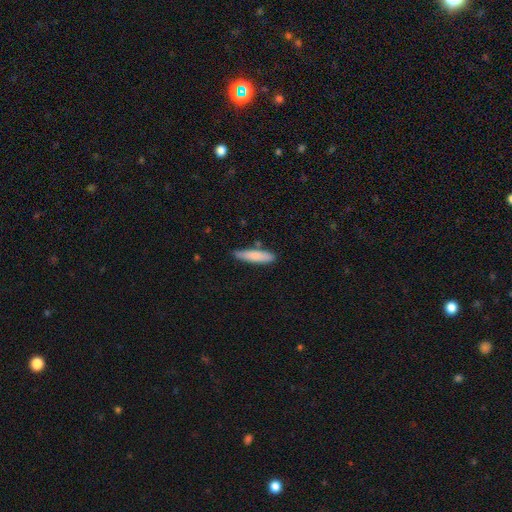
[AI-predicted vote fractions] Smooth or featured?
  - smooth: 80% *
  - featured or disk: 14%
  - star or artifact: 5%
How rounded?
  - cigar-shaped: 81% *
  - in between: 18%
  - round: 1%
Merging?
  - none: 78% *
  - minor disturbance: 15%
  - merger: 4%
  - major disturbance: 2%